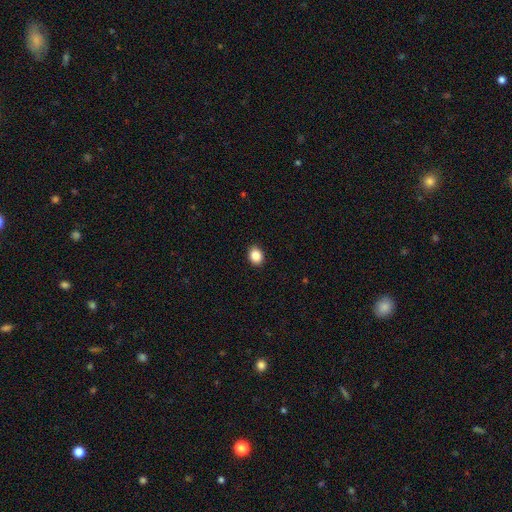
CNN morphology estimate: Smooth or featured?
  - smooth: 87% *
  - star or artifact: 9%
  - featured or disk: 4%
How rounded?
  - round: 55% *
  - in between: 44%
  - cigar-shaped: 1%
Merging?
  - none: 91% *
  - minor disturbance: 6%
  - major disturbance: 2%
  - merger: 1%